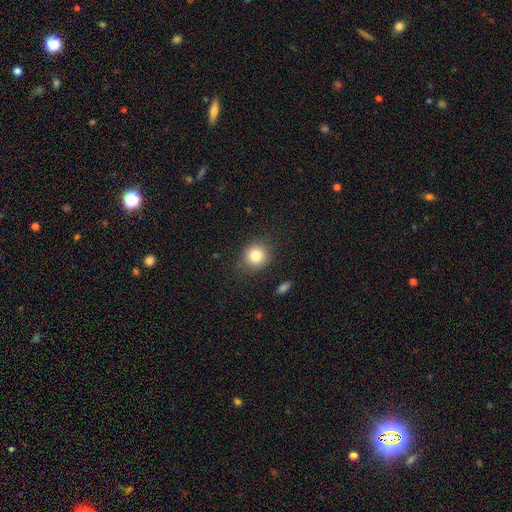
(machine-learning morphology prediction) smooth 82%, star or artifact 11%, featured or disk 7%. Down the decision tree: how rounded — round (88%); merging — none (85%).